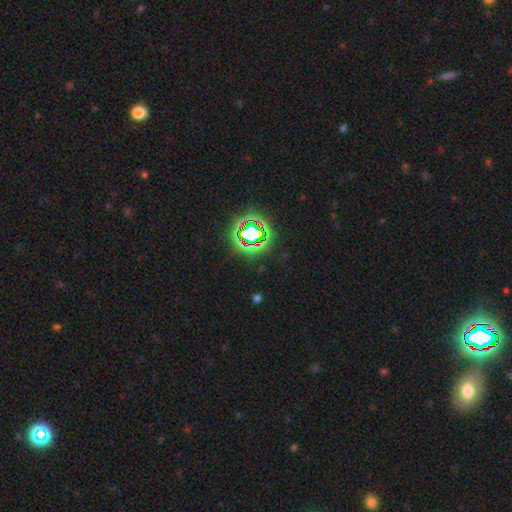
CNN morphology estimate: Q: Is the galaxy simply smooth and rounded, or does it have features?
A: star or artifact — 77%.